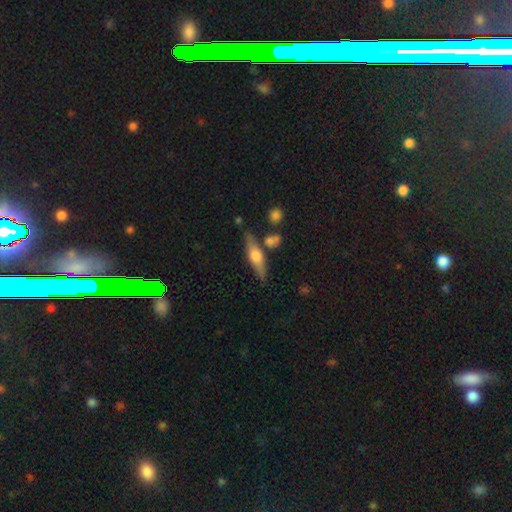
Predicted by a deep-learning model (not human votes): Morphology: type=featured or disk (53%); edge-on=yes (92%); merging=none (76%).